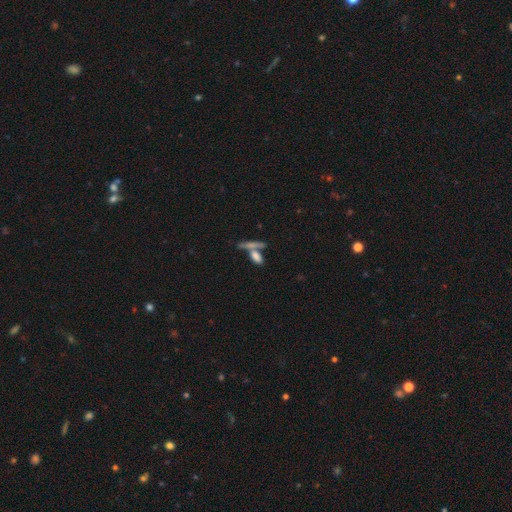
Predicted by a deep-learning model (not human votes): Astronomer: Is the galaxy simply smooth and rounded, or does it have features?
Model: smooth — 73%.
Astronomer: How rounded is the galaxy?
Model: in between — 61%.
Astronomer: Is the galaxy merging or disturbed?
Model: none — 44% (runner-up: merger, 42%).